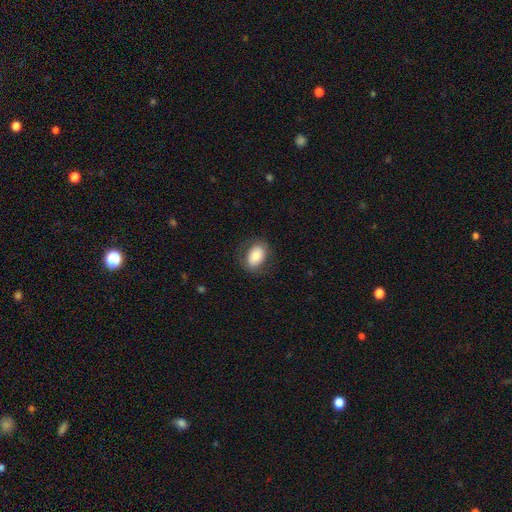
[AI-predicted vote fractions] This is likely a smooth galaxy (79%). How rounded: clearly in between (81%). Merging: likely none (79%).